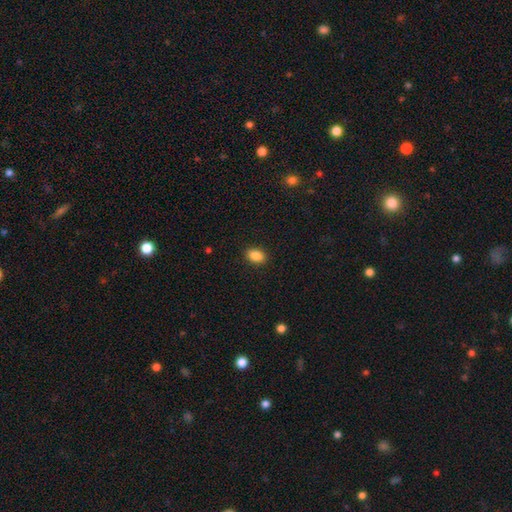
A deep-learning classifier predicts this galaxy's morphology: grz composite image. It shows a smooth galaxy with no disk features (88%) that is in between round and cigar-shaped (80%). Merging: none (90%).